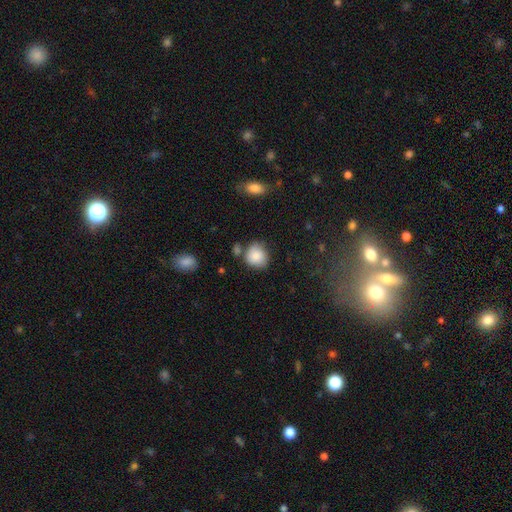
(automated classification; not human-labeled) Overall: smooth (85%). How rounded: round (78%). Merging: none (65%).